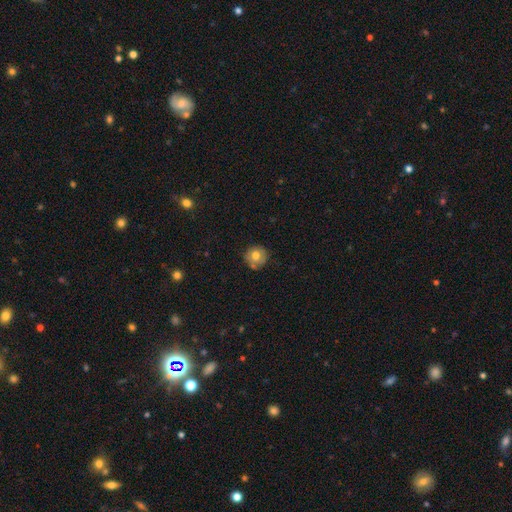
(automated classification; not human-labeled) This appears to be a smooth galaxy with no disk features (73%) that is round (92%). Merging: none (77%).